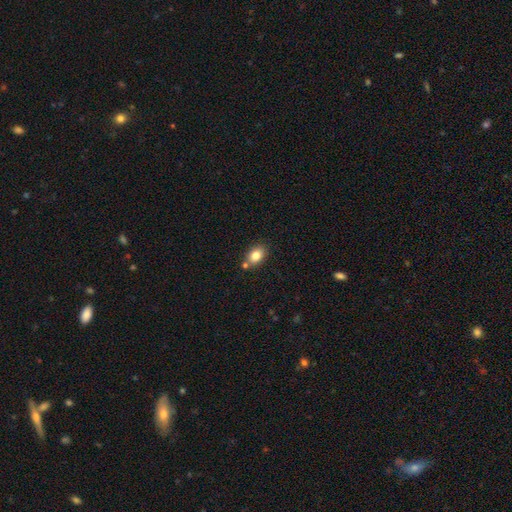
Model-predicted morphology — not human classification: Smooth or featured? Predicted: smooth (p=0.82). How rounded? Predicted: in between (p=0.74). Merging? Predicted: none (p=0.72).